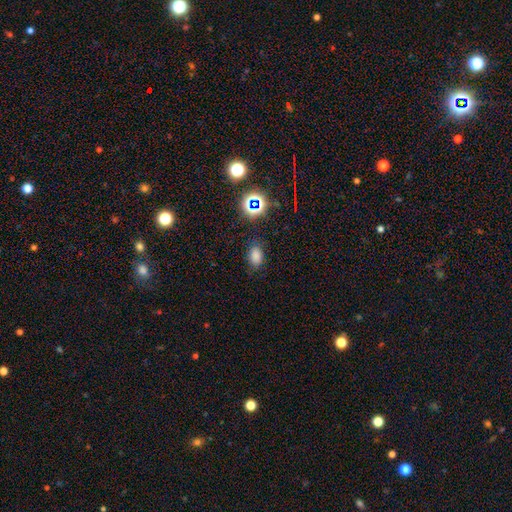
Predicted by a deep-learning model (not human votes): Smooth or featured: smooth — 75% (star or artifact — 19%)
How rounded: in between — 81% (round — 17%)
Merging: none — 80% (minor disturbance — 14%)